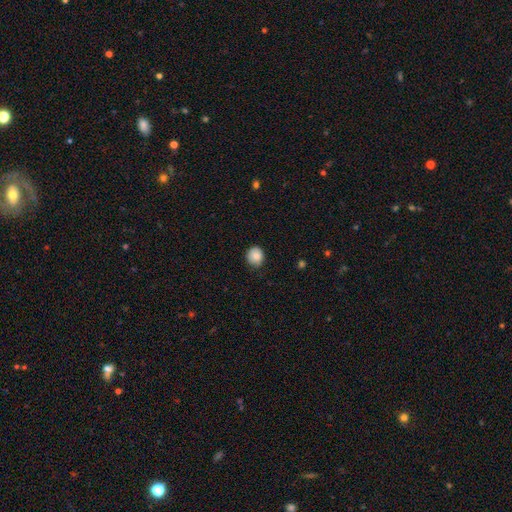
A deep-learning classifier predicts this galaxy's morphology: Q: Smooth or featured?
A: smooth (85%); runner-up: star or artifact (9%)
Q: How rounded?
A: round (82%); runner-up: in between (18%)
Q: Merging?
A: none (80%); runner-up: minor disturbance (17%)